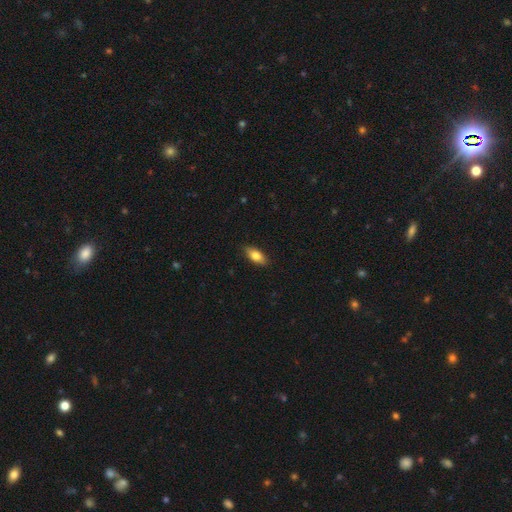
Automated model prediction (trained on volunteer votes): Smooth or featured: smooth — 79% (featured or disk — 15%)
How rounded: in between — 84% (cigar-shaped — 13%)
Merging: none — 88% (minor disturbance — 10%)